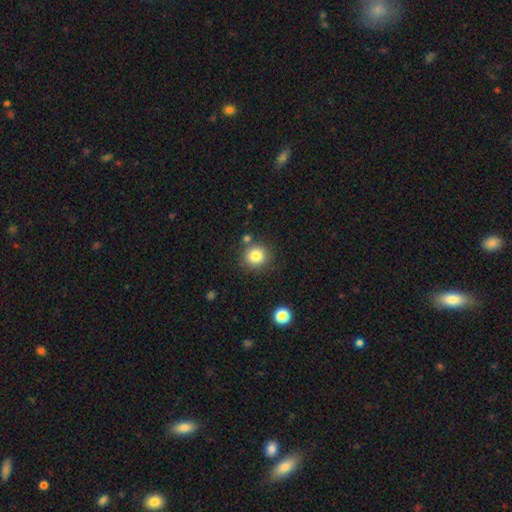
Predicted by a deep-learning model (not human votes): Q: Smooth or featured?
A: smooth (82%); runner-up: star or artifact (11%)
Q: How rounded?
A: round (90%); runner-up: in between (9%)
Q: Merging?
A: none (81%); runner-up: minor disturbance (9%)